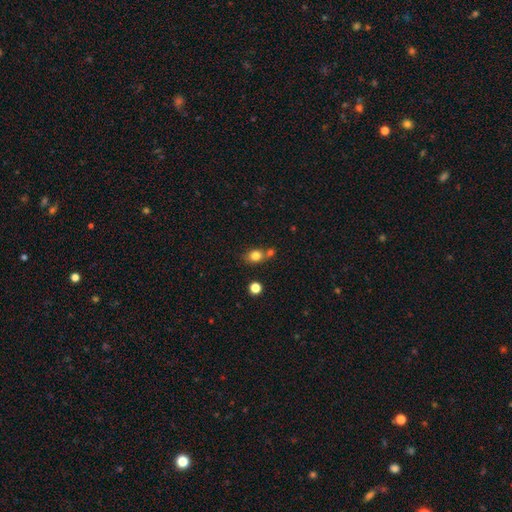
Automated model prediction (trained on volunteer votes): Smooth or featured? smooth (80%)
How rounded? round (52%)
Merging? none (59%)